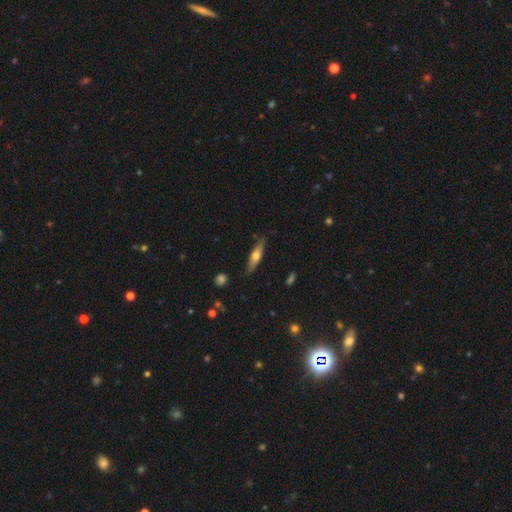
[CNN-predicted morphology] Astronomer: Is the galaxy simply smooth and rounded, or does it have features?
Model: smooth — 48% (runner-up: featured or disk, 46%).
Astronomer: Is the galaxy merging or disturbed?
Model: none — 82%.